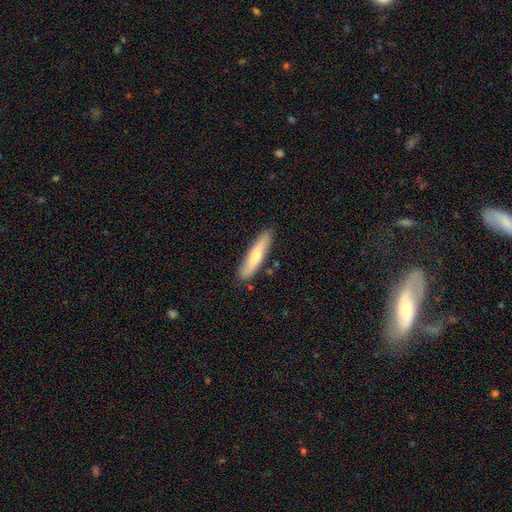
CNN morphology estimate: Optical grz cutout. It shows a smooth galaxy with no disk features (65%) that is cigar-shaped (85%). Merging: none (85%).